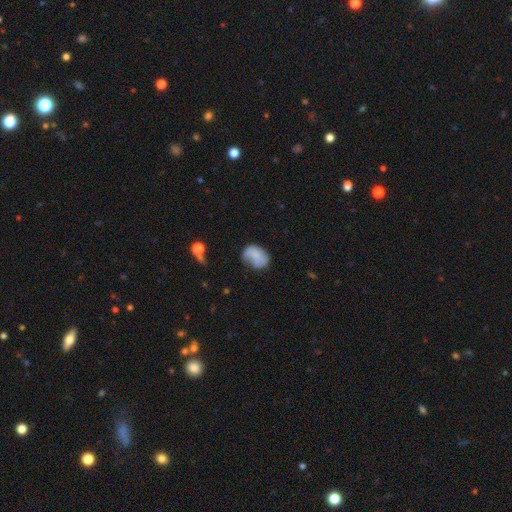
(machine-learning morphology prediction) type=smooth (66%); roundness=in between (66%); merging=none (44%).